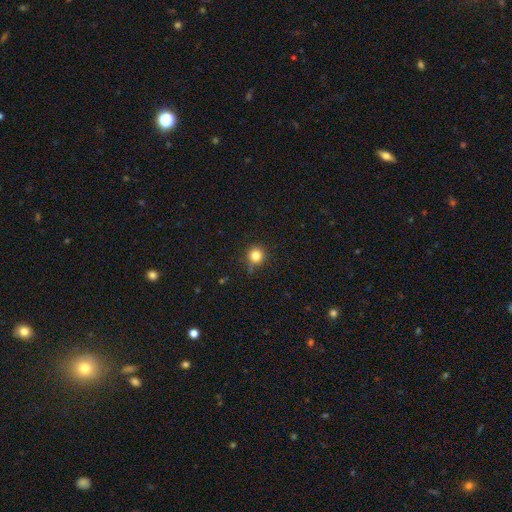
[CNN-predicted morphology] Smooth or featured: smooth — 82% (star or artifact — 13%)
How rounded: round — 93% (in between — 6%)
Merging: none — 79% (minor disturbance — 15%)